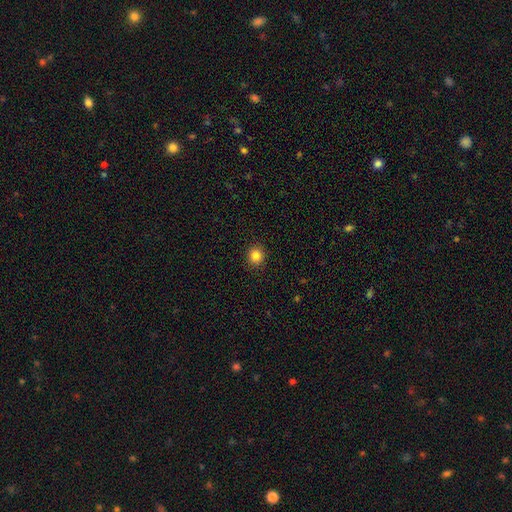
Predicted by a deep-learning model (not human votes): smooth 84%, star or artifact 11%, featured or disk 4%. Down the decision tree: how rounded — round (87%); merging — none (91%).